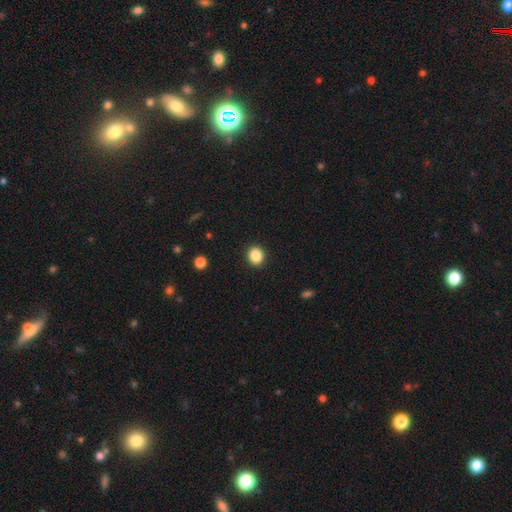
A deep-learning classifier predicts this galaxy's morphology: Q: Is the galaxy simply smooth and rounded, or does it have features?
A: smooth — 86%.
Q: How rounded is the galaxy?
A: round — 71%.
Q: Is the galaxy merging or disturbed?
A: none — 92%.